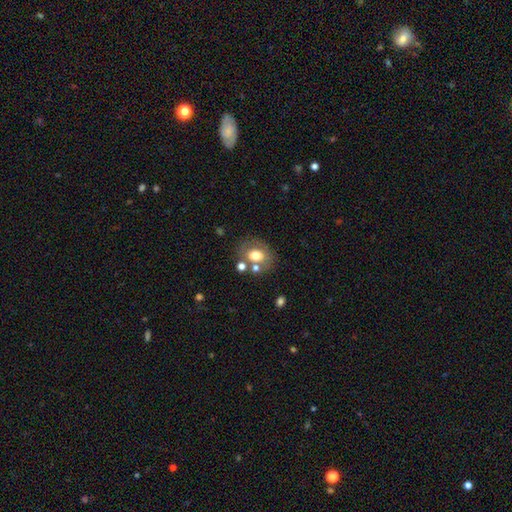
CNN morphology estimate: Smooth or featured?
  - smooth: 66% *
  - featured or disk: 23%
  - star or artifact: 11%
How rounded?
  - in between: 50% *
  - round: 49%
  - cigar-shaped: 1%
Merging?
  - none: 64% *
  - merger: 16%
  - minor disturbance: 14%
  - major disturbance: 6%